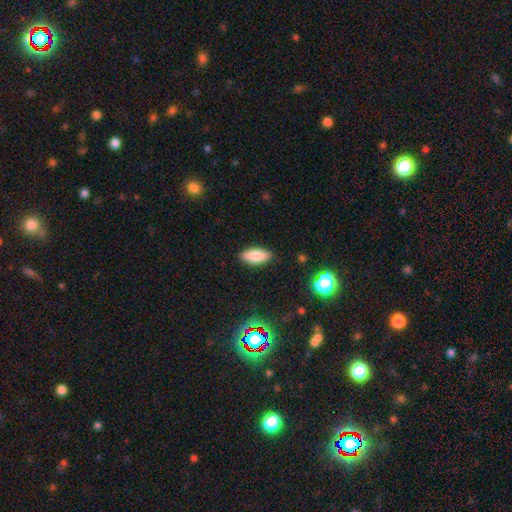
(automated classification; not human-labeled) Overall: smooth (81%). How rounded: in between (82%). Merging: none (88%).